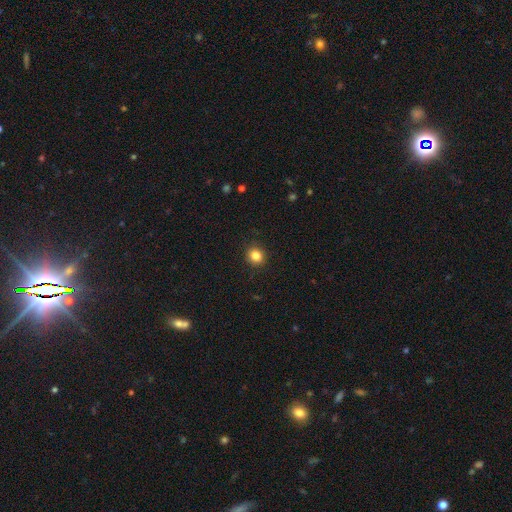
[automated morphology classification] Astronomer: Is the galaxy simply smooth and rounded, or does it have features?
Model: smooth — 84%.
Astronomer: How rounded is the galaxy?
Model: round — 86%.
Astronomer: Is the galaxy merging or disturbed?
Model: none — 90%.